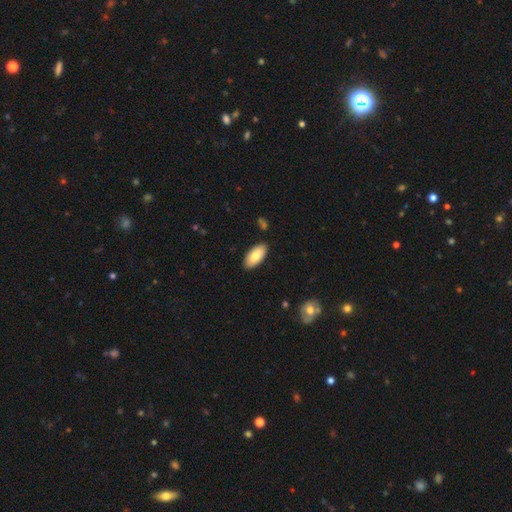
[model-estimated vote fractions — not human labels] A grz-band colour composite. It shows a smooth galaxy with no disk features (80%) that is in between round and cigar-shaped (91%). Merging: none (88%).